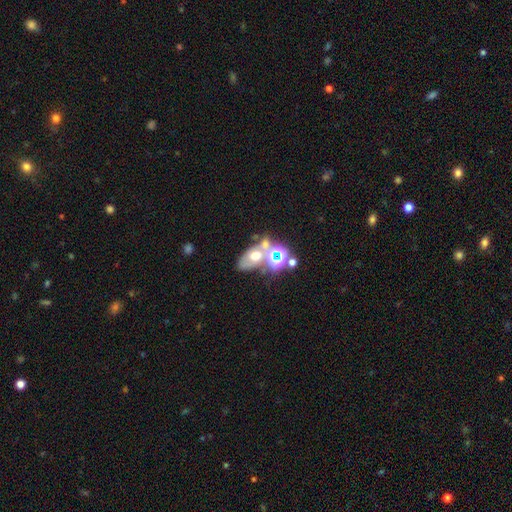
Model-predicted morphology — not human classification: smooth 43%, featured or disk 32%, star or artifact 25%. Down the decision tree: merging — merger (39%).